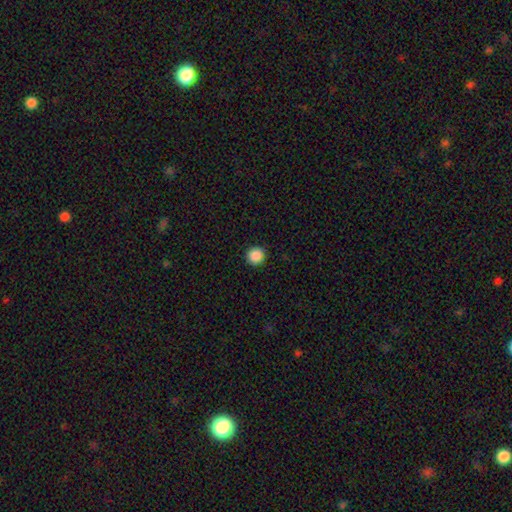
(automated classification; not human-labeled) A smooth galaxy with no disk features (88%) that is round (95%).

Vote fractions:
- Smooth or featured? smooth: 88% / star or artifact: 10% / featured or disk: 3%
- How rounded? round: 95% / in between: 4% / cigar-shaped: 1%
- Merging? none: 93% / minor disturbance: 5% / major disturbance: 2% / merger: 1%